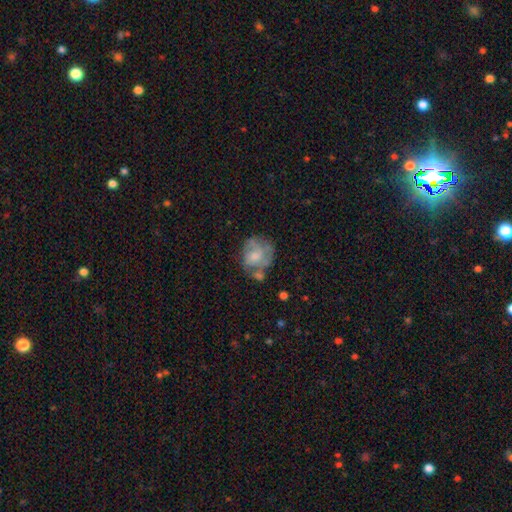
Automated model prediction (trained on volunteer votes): This appears to be a featured or disk galaxy (48%). Merging: none (44%).